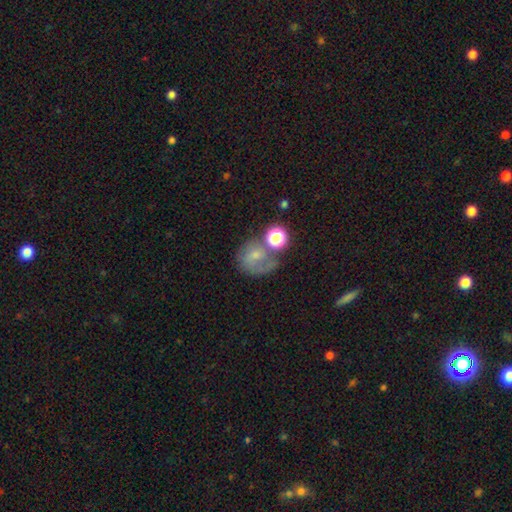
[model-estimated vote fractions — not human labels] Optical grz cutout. It shows a smooth galaxy with no disk features (48%). Merging: none (36%).